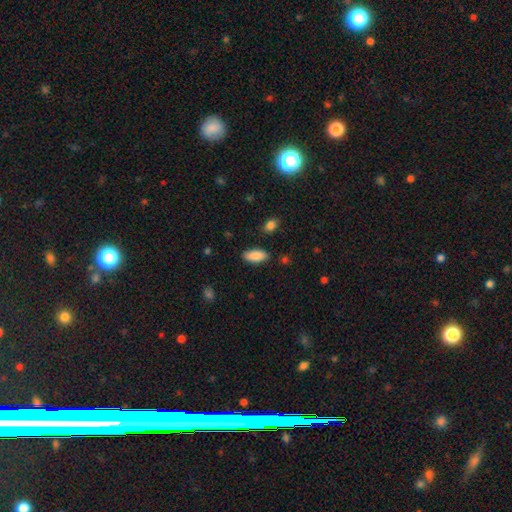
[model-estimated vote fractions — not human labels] A smooth galaxy with no disk features (88%) that is in between round and cigar-shaped (86%).

Vote fractions:
- Smooth or featured? smooth: 88% / star or artifact: 7% / featured or disk: 5%
- How rounded? in between: 86% / cigar-shaped: 12% / round: 2%
- Merging? none: 86% / minor disturbance: 10% / major disturbance: 2% / merger: 2%